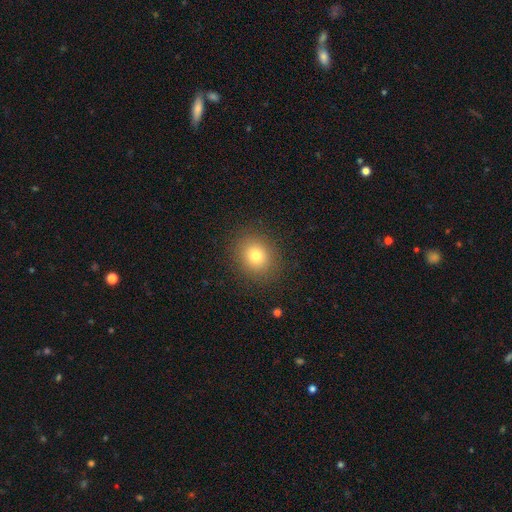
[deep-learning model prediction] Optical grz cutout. It shows a smooth galaxy with no disk features (77%) that is round (74%). Merging: none (88%).